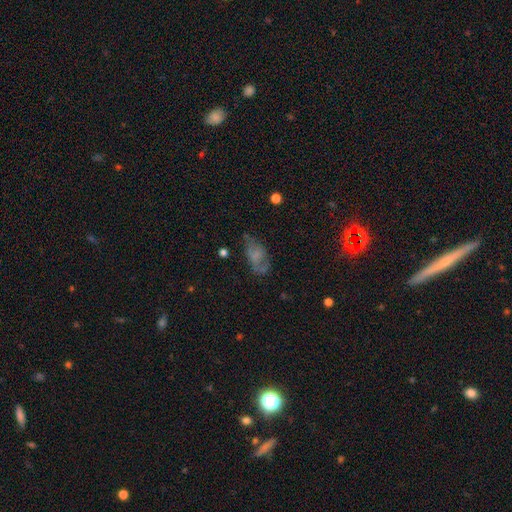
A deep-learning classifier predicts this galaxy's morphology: Smooth or featured?
  - smooth: 49% *
  - featured or disk: 35%
  - star or artifact: 16%
Merging?
  - none: 54% *
  - minor disturbance: 24%
  - major disturbance: 18%
  - merger: 4%